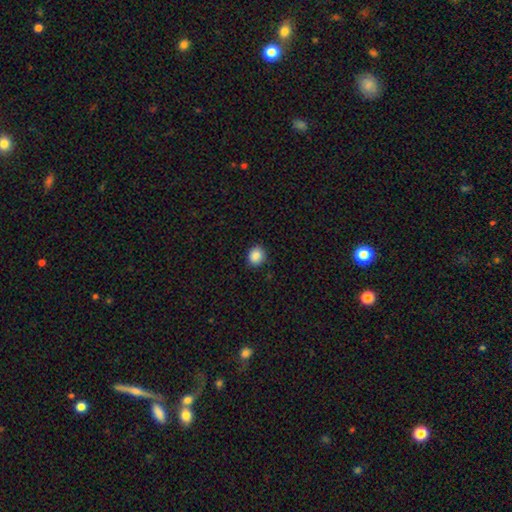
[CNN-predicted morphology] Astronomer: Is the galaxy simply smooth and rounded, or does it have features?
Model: smooth — 88%.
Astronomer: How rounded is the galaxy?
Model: round — 80%.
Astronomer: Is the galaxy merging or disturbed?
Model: none — 88%.